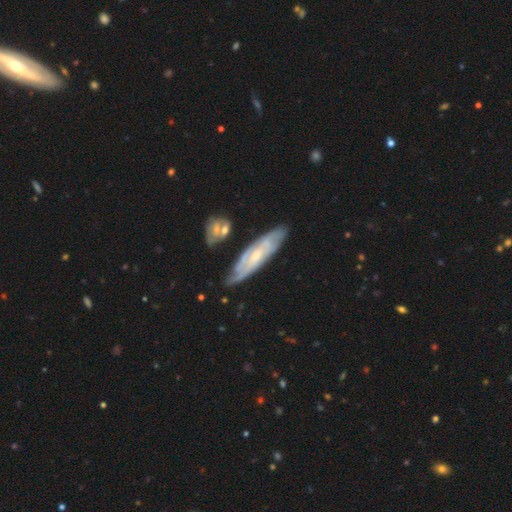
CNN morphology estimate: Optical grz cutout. It shows a featured or disk galaxy (73%) with no bar (54%), spiral arms (89%) and a small central bulge (56%). Merging: none (72%).